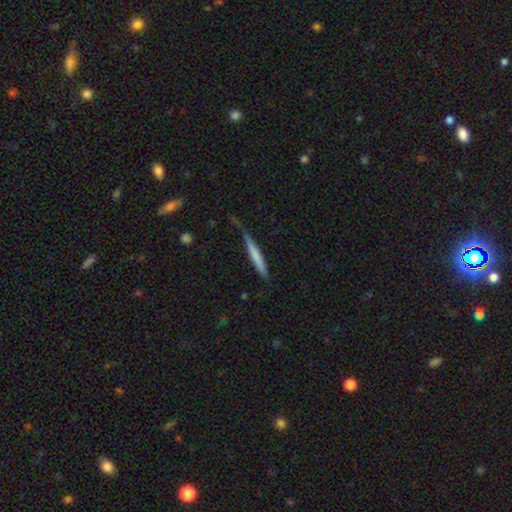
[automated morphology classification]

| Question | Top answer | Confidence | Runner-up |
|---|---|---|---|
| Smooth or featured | smooth | 63% | featured or disk (32%) |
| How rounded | cigar-shaped | 95% | in between (3%) |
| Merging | none | 71% | minor disturbance (22%) |